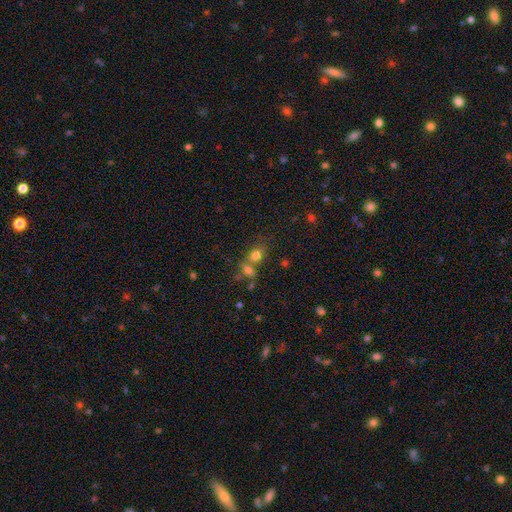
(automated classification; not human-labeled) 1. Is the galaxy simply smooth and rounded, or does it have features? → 76% smooth, 14% star or artifact, 10% featured or disk.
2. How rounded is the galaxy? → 62% in between, 36% round, 2% cigar-shaped.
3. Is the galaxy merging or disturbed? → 51% merger, 35% none, 9% minor disturbance, 5% major disturbance.